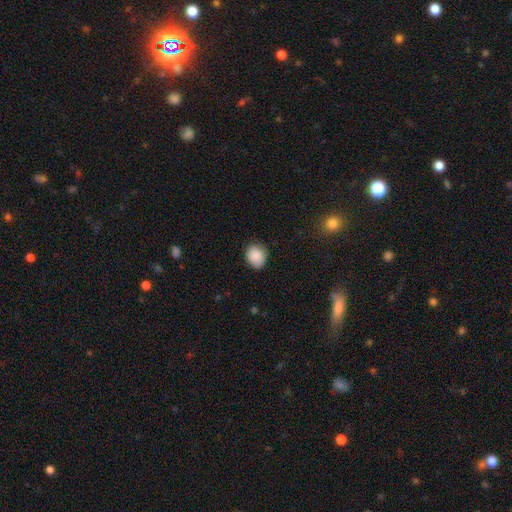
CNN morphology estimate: The model was most divided on "how rounded": round: 60%, in between: 39%, cigar-shaped: 1%. More confident: smooth or featured — smooth (88%); merging — none (77%).